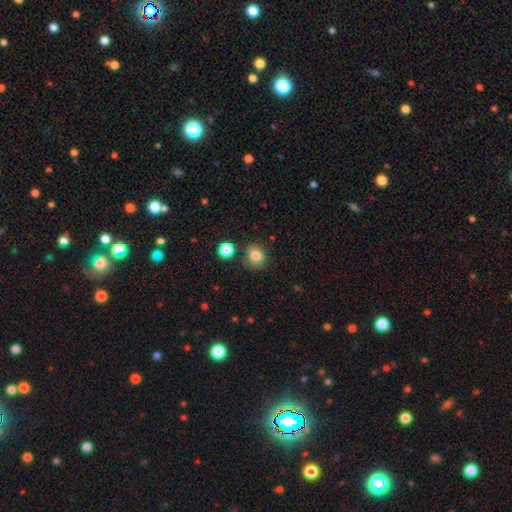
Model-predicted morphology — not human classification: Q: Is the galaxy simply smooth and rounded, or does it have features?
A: smooth — 81%.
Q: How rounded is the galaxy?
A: round — 78%.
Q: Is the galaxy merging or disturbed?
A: none — 73%.